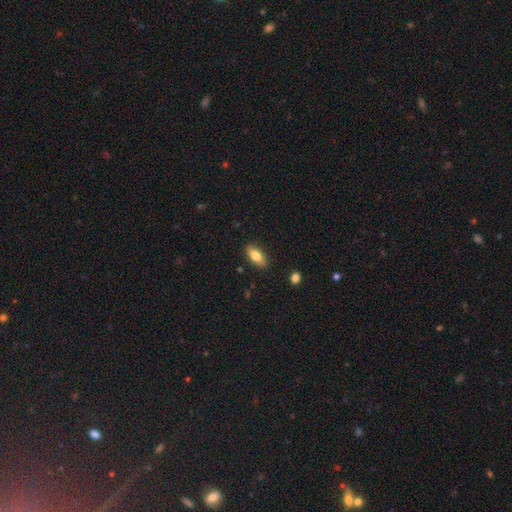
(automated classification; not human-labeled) Smooth or featured?
  - smooth: 75% *
  - featured or disk: 18%
  - star or artifact: 7%
How rounded?
  - in between: 81% *
  - cigar-shaped: 16%
  - round: 3%
Merging?
  - none: 87% *
  - minor disturbance: 9%
  - major disturbance: 2%
  - merger: 1%